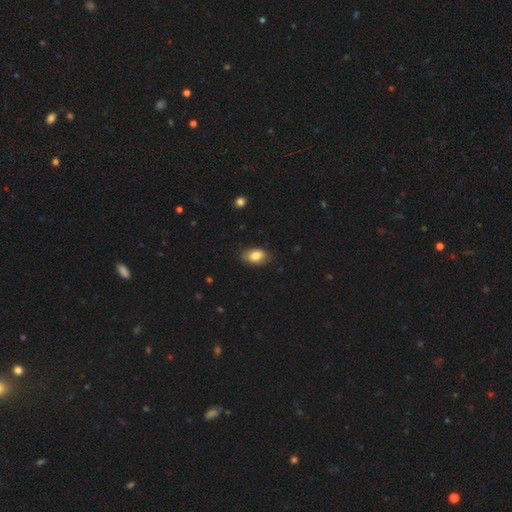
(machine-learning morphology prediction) Overall: smooth (81%). How rounded: in between (89%). Merging: none (80%).